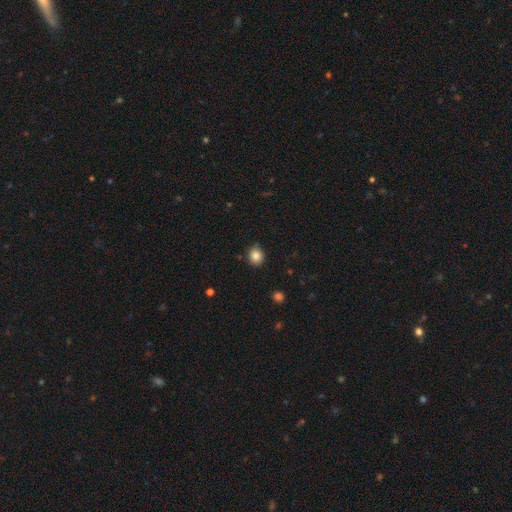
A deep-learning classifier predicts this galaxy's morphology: Overall: smooth (84%). How rounded: round (74%). Merging: none (85%).